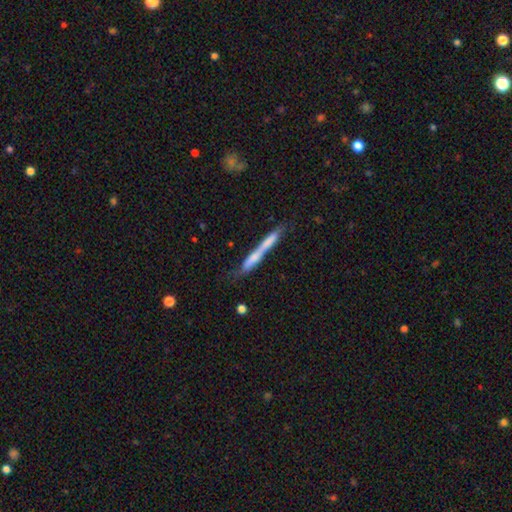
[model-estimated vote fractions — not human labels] Overall: smooth (50%; featured or disk 43%). How rounded: cigar-shaped (95%). Merging: none (55%; minor disturbance 21%).